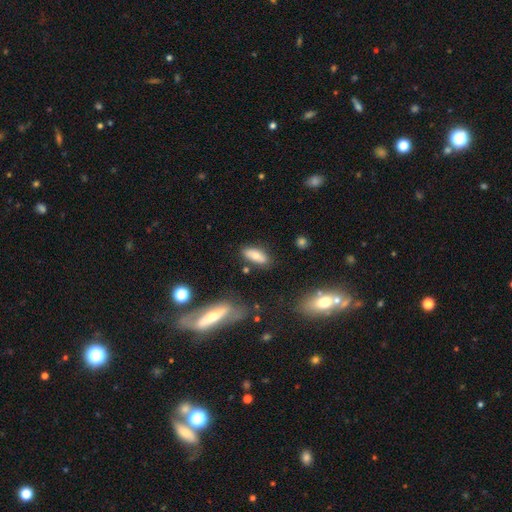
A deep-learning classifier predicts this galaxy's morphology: This is likely a smooth galaxy (70%). How rounded: likely in between (79%). Merging: likely none (76%).